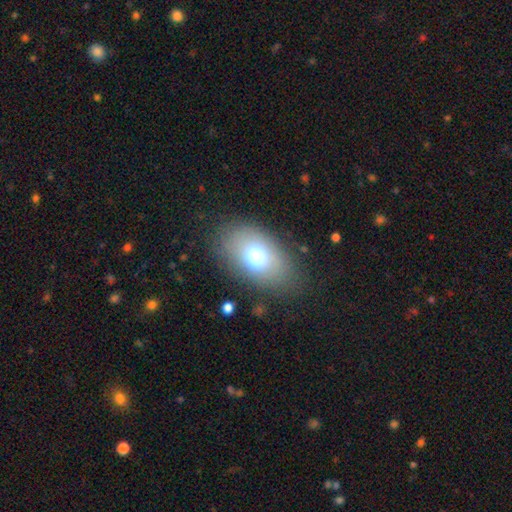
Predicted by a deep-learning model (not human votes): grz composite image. It shows a smooth galaxy with no disk features (71%) that is in between round and cigar-shaped (88%). Merging: none (76%).